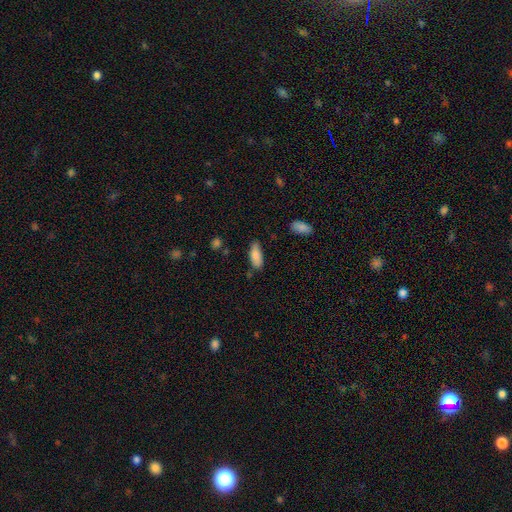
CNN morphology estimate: This is clearly a smooth galaxy (83%). How rounded: likely in between (75%). Merging: likely none (73%).